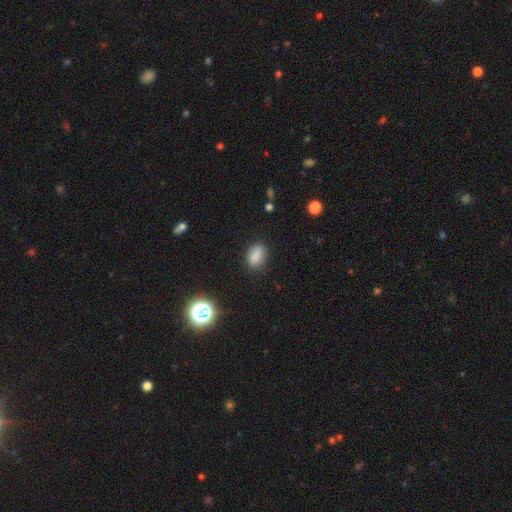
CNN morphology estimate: This appears to be a smooth galaxy with no disk features (83%) that is in between round and cigar-shaped (83%). Merging: none (81%).